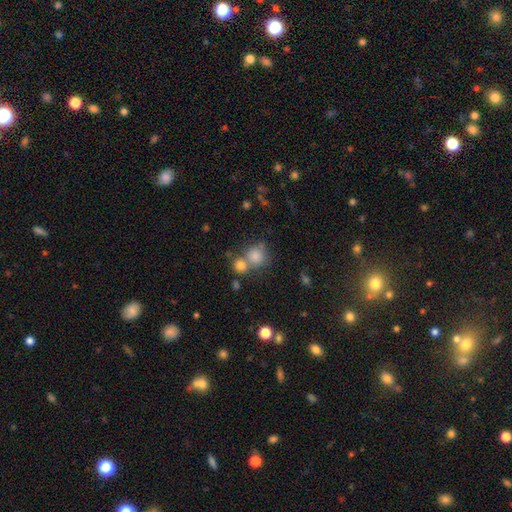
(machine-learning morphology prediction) smooth_or_featured: smooth (p=0.80) [alt: star or artifact p=0.12]
how_rounded: round (p=0.83) [alt: in between p=0.16]
merging: none (p=0.49) [alt: merger p=0.35]